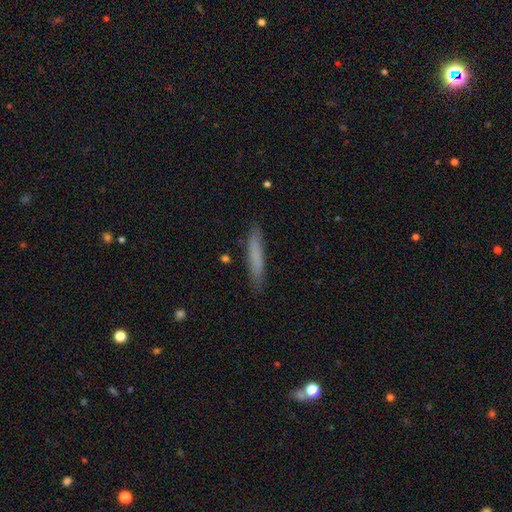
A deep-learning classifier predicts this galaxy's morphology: smooth-or-featured: smooth: 73% | featured or disk: 21% | star or artifact: 7%
  how-rounded: cigar-shaped: 93% | in between: 6% | round: 1%
  merging: none: 86% | minor disturbance: 10% | major disturbance: 2% | merger: 1%